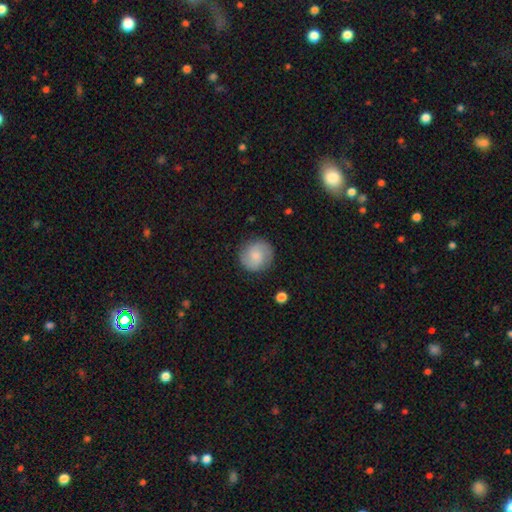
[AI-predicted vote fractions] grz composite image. It shows a smooth galaxy with no disk features (54%) that is round (91%). Merging: none (85%).